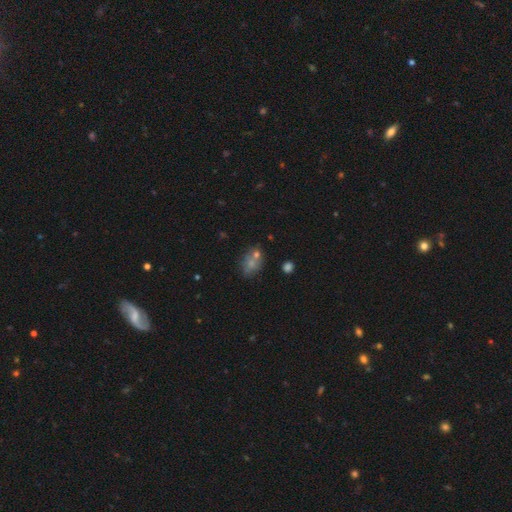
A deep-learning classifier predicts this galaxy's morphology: Smooth or featured?
  - smooth: 58% *
  - star or artifact: 24%
  - featured or disk: 19%
How rounded?
  - in between: 53% *
  - round: 45%
  - cigar-shaped: 2%
Merging?
  - none: 54% *
  - merger: 25%
  - minor disturbance: 14%
  - major disturbance: 7%